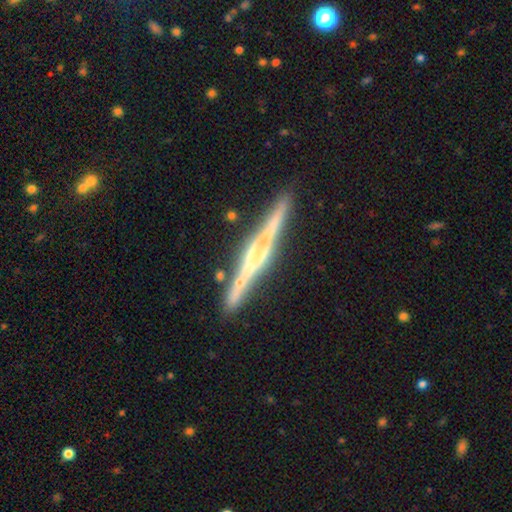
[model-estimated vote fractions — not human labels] Overall: featured or disk (79%). Edge-on disk: yes (97%). Edge-on bulge: rounded (44%; boxy 30%). Merging: none (81%).